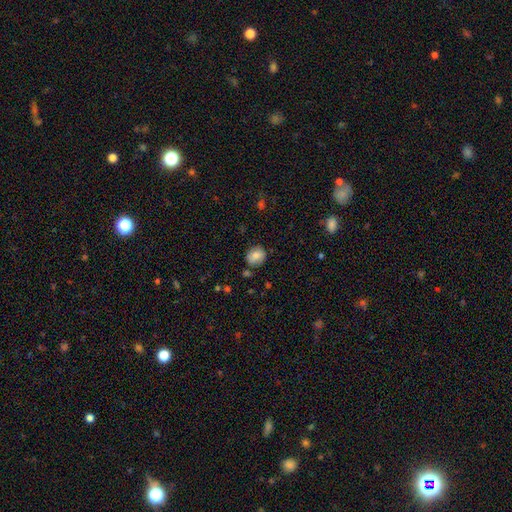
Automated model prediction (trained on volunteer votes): A smooth galaxy with no disk features (78%) that is round (68%). Merging: none (76%).